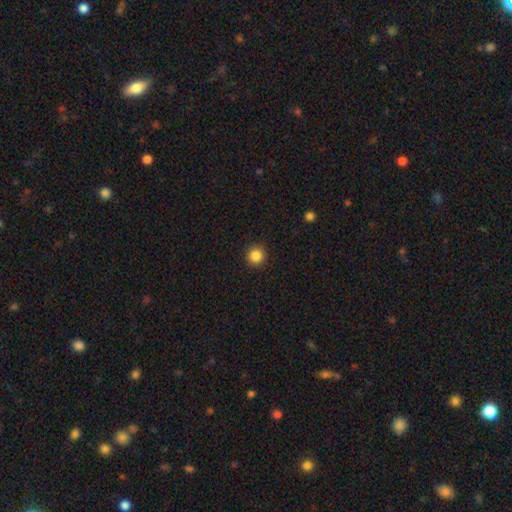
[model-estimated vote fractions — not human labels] smooth 86%, star or artifact 11%, featured or disk 3%. Down the decision tree: how rounded — round (95%); merging — none (92%).